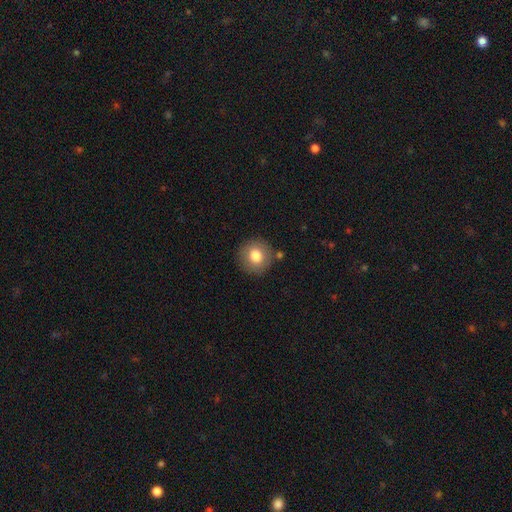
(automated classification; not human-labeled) smooth-or-featured: smooth: 79% | featured or disk: 12% | star or artifact: 9%
  how-rounded: round: 92% | in between: 7% | cigar-shaped: 1%
  merging: none: 84% | minor disturbance: 9% | merger: 4% | major disturbance: 3%